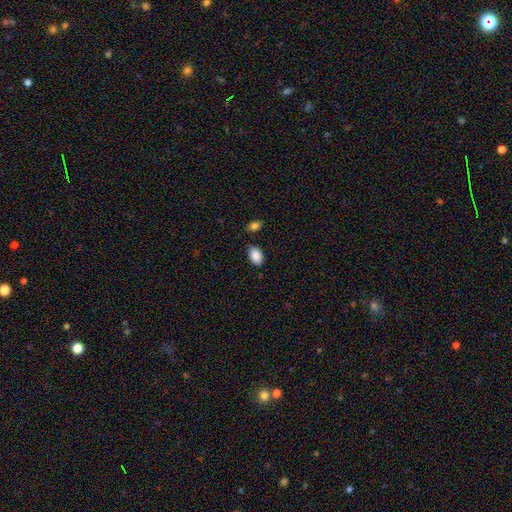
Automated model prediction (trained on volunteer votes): A smooth galaxy with no disk features (89%) that is in between round and cigar-shaped (90%).

Vote fractions:
- Smooth or featured? smooth: 89% / star or artifact: 7% / featured or disk: 4%
- How rounded? in between: 90% / round: 9% / cigar-shaped: 1%
- Merging? none: 82% / minor disturbance: 12% / merger: 3% / major disturbance: 3%